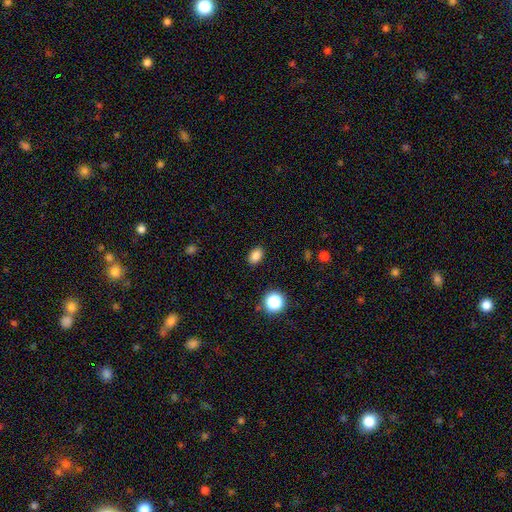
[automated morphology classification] This appears to be a smooth galaxy with no disk features (84%) that is in between round and cigar-shaped (77%). Merging: none (87%).